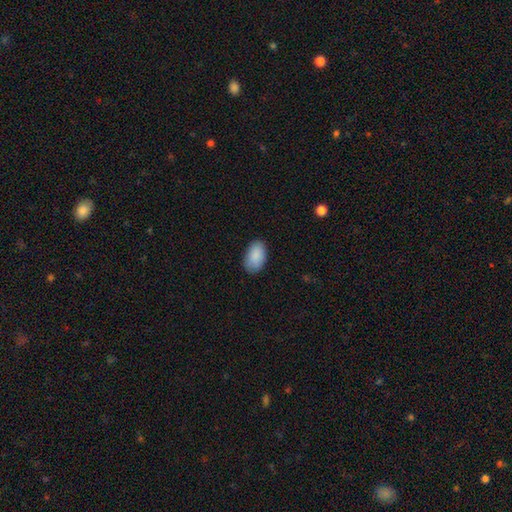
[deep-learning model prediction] Smooth or featured? smooth (90%)
How rounded? in between (94%)
Merging? none (84%)